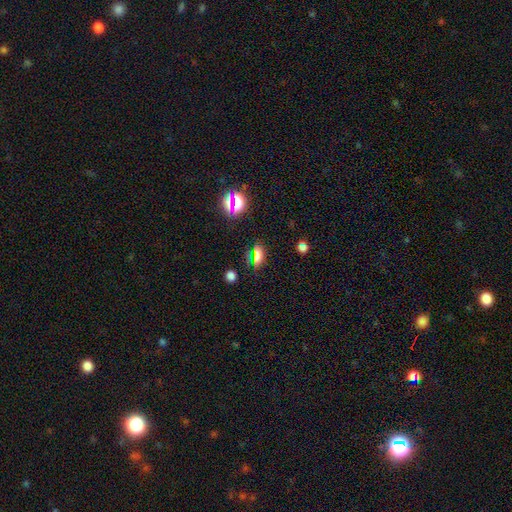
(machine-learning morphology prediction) Smooth or featured? Predicted: smooth (p=0.51). How rounded? Predicted: in between (p=0.63). Merging? Predicted: none (p=0.78).